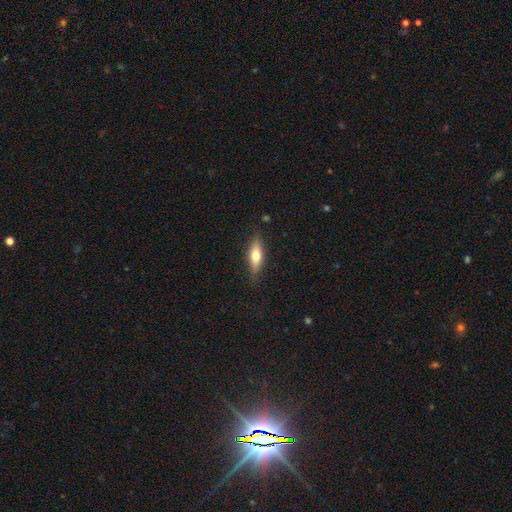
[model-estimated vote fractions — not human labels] This is likely a smooth galaxy (64%). How rounded: possibly in between (53%). Merging: clearly none (83%).